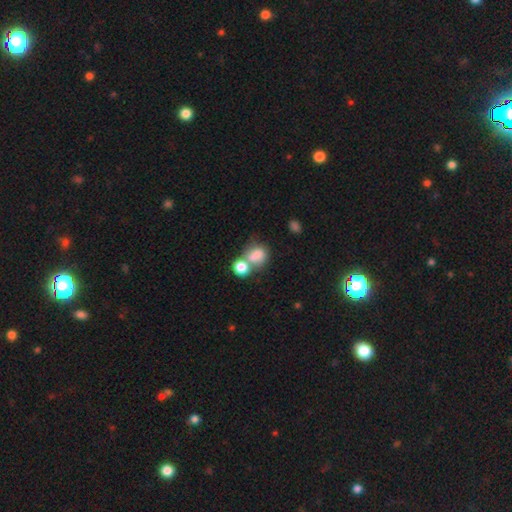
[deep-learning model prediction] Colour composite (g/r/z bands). It shows a smooth galaxy with no disk features (77%) that is in between round and cigar-shaped (53%). Merging: merger (55%).